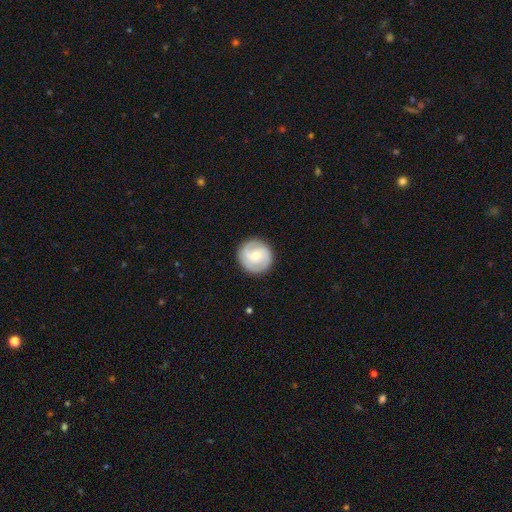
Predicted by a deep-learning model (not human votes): This is likely a featured or disk galaxy (63%). It is clearly not viewed edge-on (98%). Bar: possibly no (55%). Spiral arm pattern: clearly yes (87%). Spiral arm count: likely 2 (62%). Spiral winding: possibly tight (46%). Central bulge: possibly small (49%). Merging: clearly none (87%).